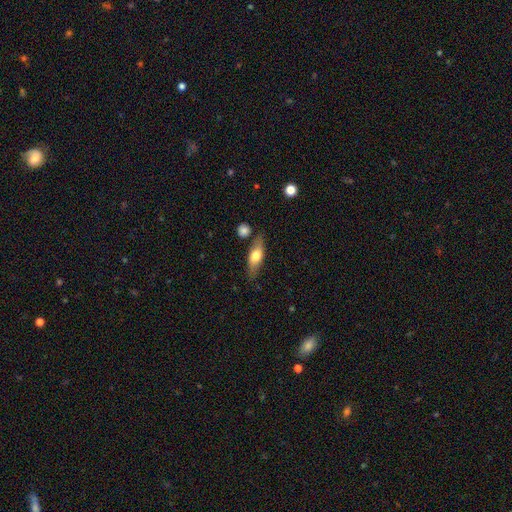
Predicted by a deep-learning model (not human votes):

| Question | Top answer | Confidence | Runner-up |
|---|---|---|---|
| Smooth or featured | smooth | 58% | featured or disk (36%) |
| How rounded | in between | 59% | cigar-shaped (36%) |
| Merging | none | 76% | minor disturbance (15%) |